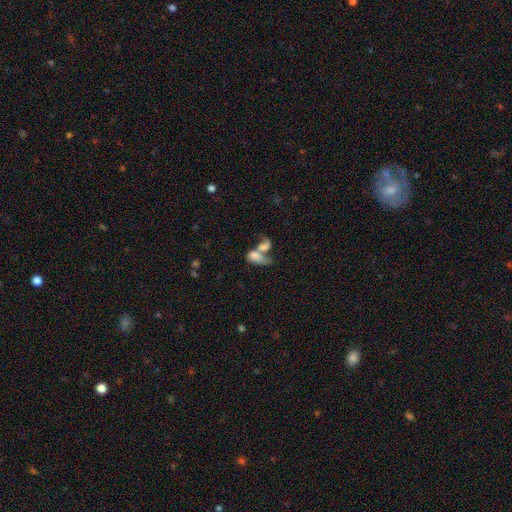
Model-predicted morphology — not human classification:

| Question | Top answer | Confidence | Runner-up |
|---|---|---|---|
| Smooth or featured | smooth | 56% | featured or disk (34%) |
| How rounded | in between | 79% | round (14%) |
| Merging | merger | 73% | none (11%) |